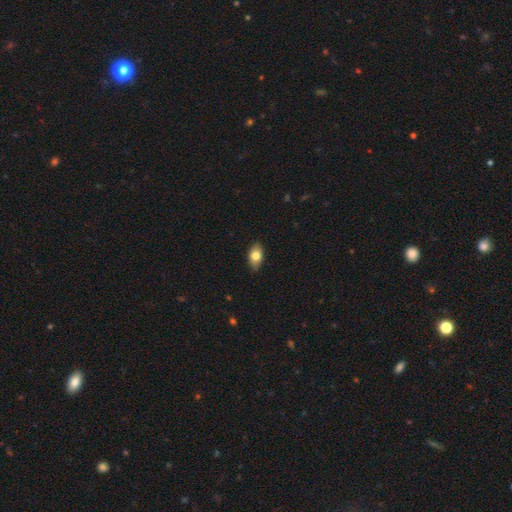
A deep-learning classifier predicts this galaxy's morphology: A smooth galaxy with no disk features (76%) that is in between round and cigar-shaped (88%).

Vote fractions:
- Smooth or featured? smooth: 76% / featured or disk: 16% / star or artifact: 7%
- How rounded? in between: 88% / round: 9% / cigar-shaped: 4%
- Merging? none: 82% / minor disturbance: 15% / major disturbance: 2% / merger: 1%